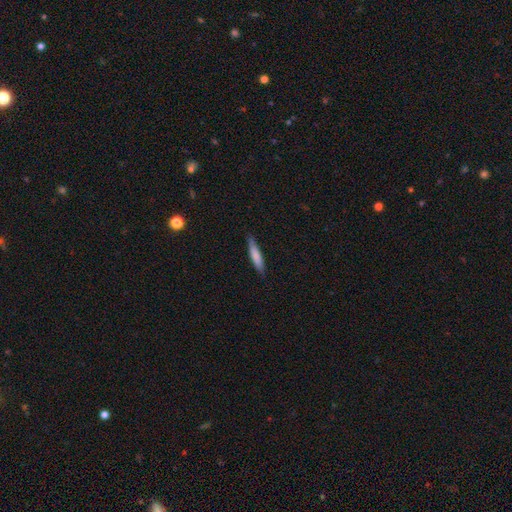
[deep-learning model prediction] A smooth galaxy with no disk features (76%) that is cigar-shaped (86%).

Vote fractions:
- Smooth or featured? smooth: 76% / featured or disk: 18% / star or artifact: 6%
- How rounded? cigar-shaped: 86% / in between: 13% / round: 1%
- Merging? none: 84% / minor disturbance: 13% / major disturbance: 2% / merger: 1%